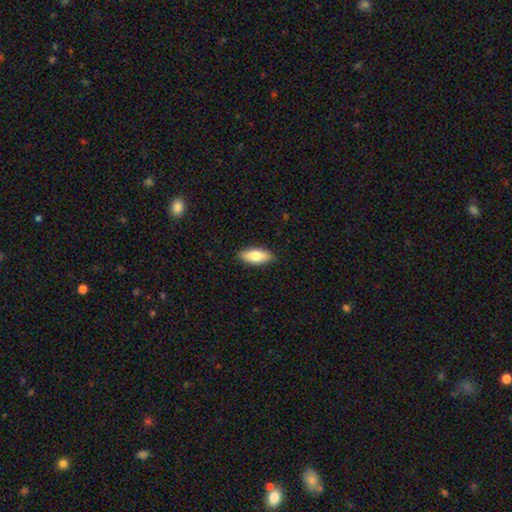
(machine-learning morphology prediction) type=smooth (77%); roundness=in between (80%); merging=none (88%).